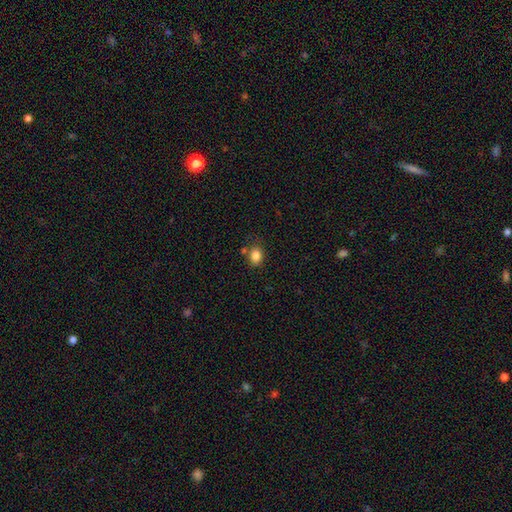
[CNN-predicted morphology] This appears to be a smooth galaxy with no disk features (84%) that is in between round and cigar-shaped (60%). Merging: none (73%).